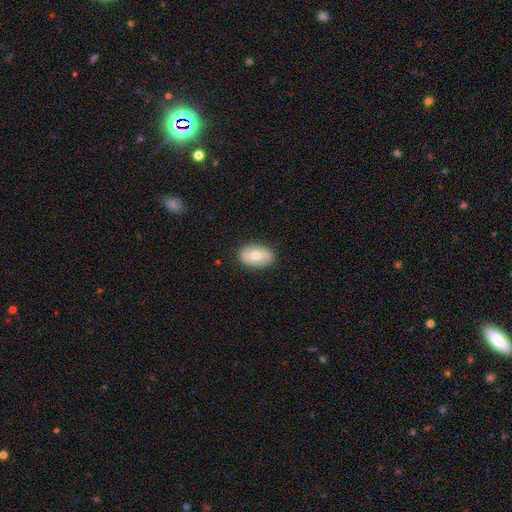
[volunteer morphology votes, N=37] This appears to be a smooth galaxy with no disk features (89%) that is in between round and cigar-shaped (91%). Merging: none (89%).